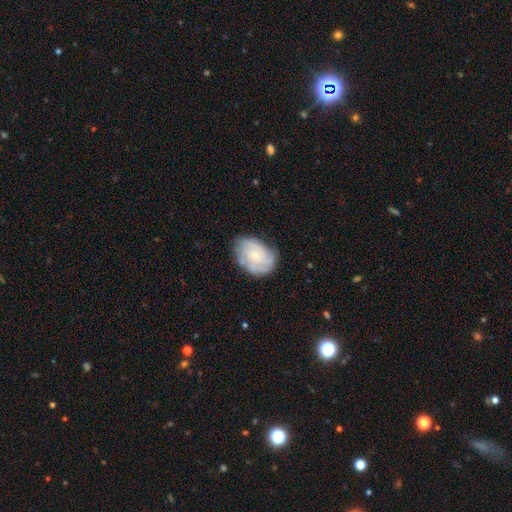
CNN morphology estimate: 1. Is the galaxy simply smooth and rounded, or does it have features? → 63% featured or disk, 30% smooth, 7% star or artifact.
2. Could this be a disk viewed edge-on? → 97% no, 3% yes.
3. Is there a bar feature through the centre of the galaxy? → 78% no, 19% weak, 2% strong.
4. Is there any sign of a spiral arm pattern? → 88% yes, 12% no.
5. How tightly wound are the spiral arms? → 57% tight, 33% medium, 11% loose.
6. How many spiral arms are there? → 37% can't tell, 25% 3, 18% 2, 11% 4, 5% 1, 4% more than 4.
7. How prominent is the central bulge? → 66% small, 28% moderate, 3% none, 1% large, 1% dominant.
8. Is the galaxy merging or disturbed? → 69% none, 23% minor disturbance, 6% major disturbance, 2% merger.